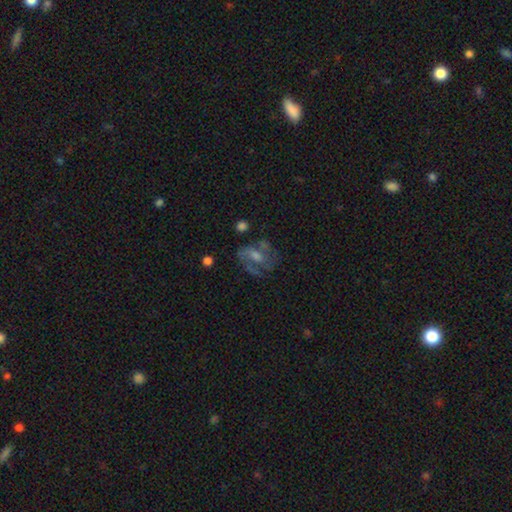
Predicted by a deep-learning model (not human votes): featured or disk 66%, smooth 22%, star or artifact 12%. Down the decision tree: edge-on disk — no (96%); bar — weak (43%); spiral arms — yes (74%); bulge size — moderate (49%); merging — none (56%).